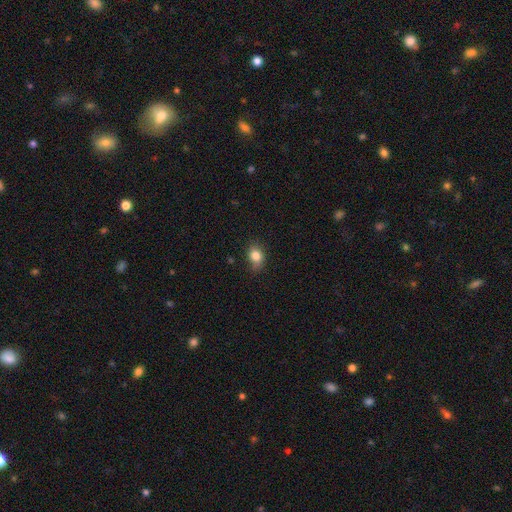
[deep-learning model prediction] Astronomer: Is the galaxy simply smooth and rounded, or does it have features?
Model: smooth — 82%.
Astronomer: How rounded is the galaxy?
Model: in between — 57% (runner-up: round, 42%).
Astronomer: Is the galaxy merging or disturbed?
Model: none — 65%.